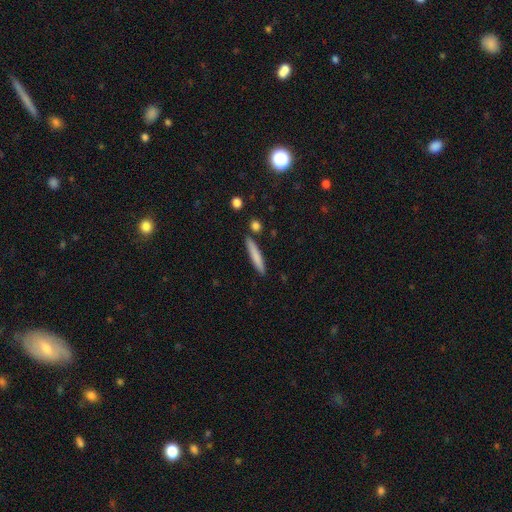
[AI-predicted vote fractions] This appears to be a smooth galaxy with no disk features (77%) that is cigar-shaped (93%). Merging: none (85%).